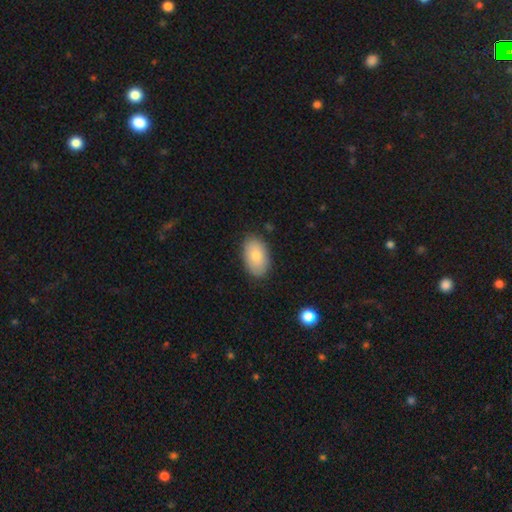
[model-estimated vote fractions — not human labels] This is clearly a smooth galaxy (80%). How rounded: clearly in between (93%). Merging: clearly none (85%).